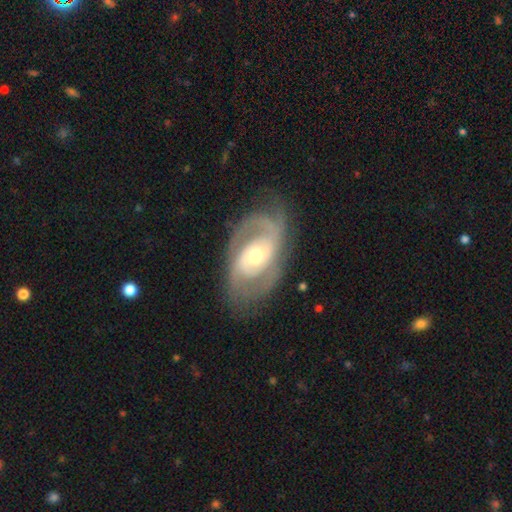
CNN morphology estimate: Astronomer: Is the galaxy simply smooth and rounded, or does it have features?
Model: featured or disk — 87%.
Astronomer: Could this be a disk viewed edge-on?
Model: no — 96%.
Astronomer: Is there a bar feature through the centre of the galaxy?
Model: no — 55% (runner-up: weak, 33%).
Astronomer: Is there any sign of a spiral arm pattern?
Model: yes — 94%.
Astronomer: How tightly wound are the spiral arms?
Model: tight — 48% (runner-up: medium, 39%).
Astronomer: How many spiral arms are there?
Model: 2 — 58%.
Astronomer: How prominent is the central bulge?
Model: moderate — 67%.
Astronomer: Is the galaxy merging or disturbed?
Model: none — 72%.